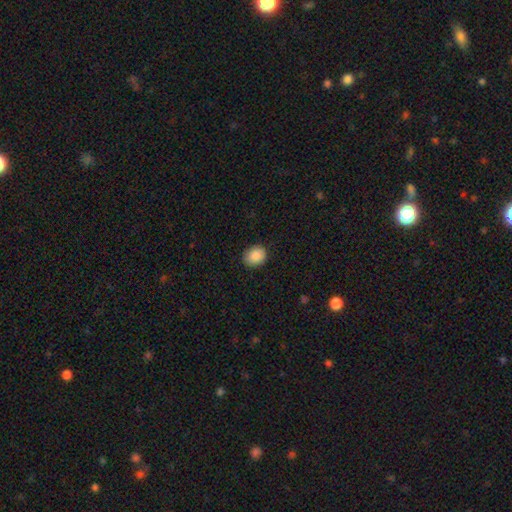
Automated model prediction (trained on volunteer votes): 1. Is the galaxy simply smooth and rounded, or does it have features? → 88% smooth, 8% star or artifact, 4% featured or disk.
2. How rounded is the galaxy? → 58% round, 41% in between, 1% cigar-shaped.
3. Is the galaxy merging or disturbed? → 86% none, 11% minor disturbance, 2% major disturbance, 1% merger.